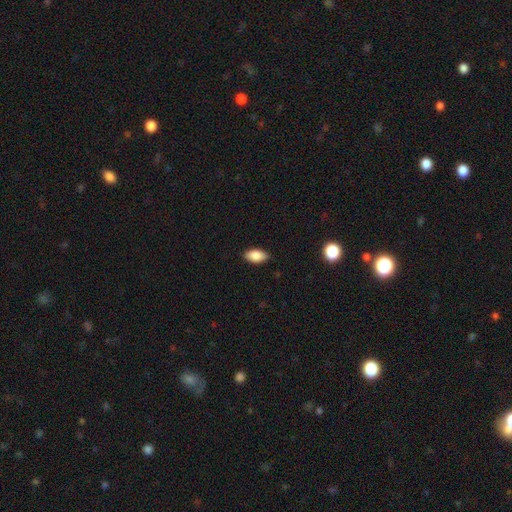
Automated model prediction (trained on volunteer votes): Overall: smooth (86%). How rounded: in between (93%). Merging: none (88%).